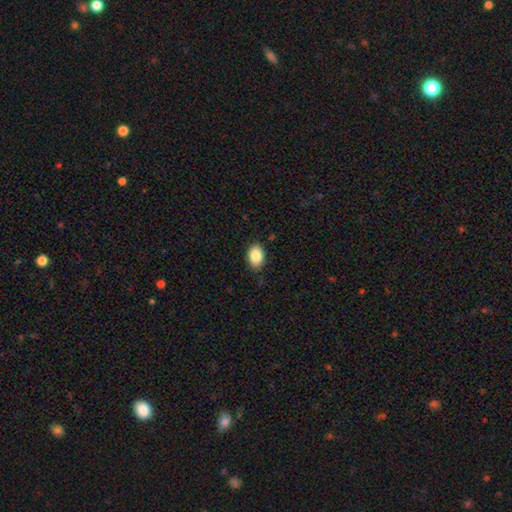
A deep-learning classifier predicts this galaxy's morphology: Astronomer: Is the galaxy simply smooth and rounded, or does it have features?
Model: smooth — 88%.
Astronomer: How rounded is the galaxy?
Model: in between — 85%.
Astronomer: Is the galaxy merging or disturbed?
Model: none — 85%.